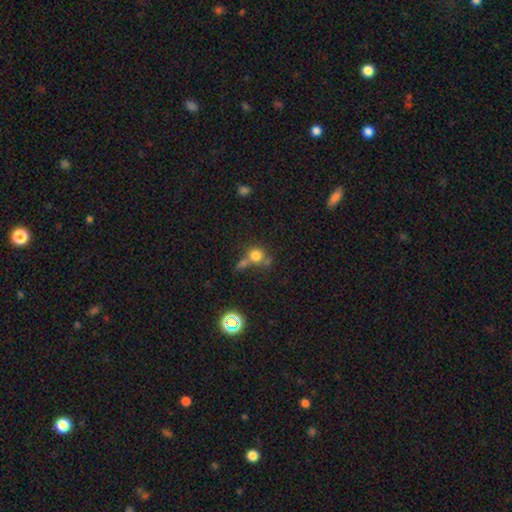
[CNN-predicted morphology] Smooth or featured: smooth — 71% (star or artifact — 17%)
How rounded: round — 85% (in between — 14%)
Merging: none — 43% (merger — 34%)